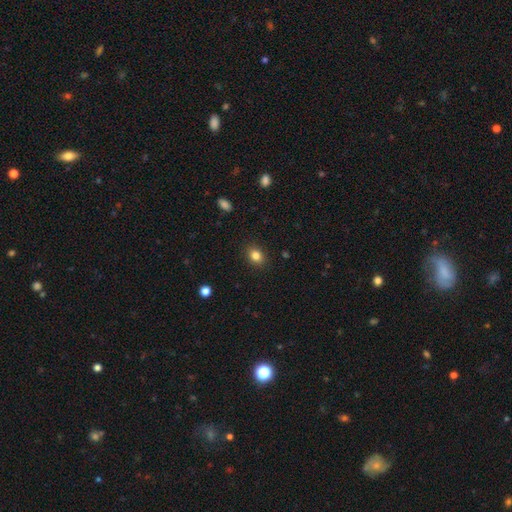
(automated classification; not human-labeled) The model was most divided on "how rounded": in between: 50%, round: 49%, cigar-shaped: 1%. More confident: merging — none (89%); smooth or featured — smooth (83%).